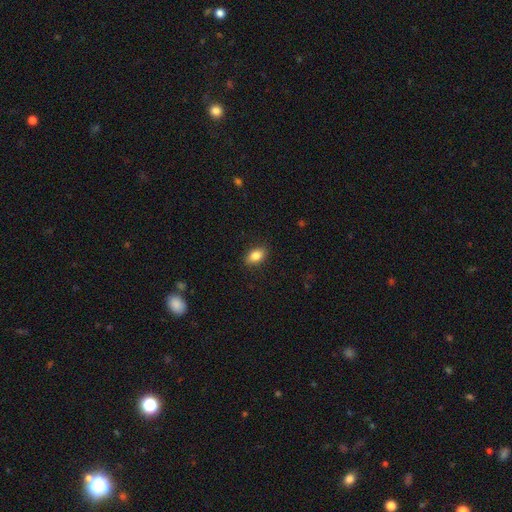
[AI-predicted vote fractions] Overall: smooth (85%). How rounded: in between (88%). Merging: none (89%).